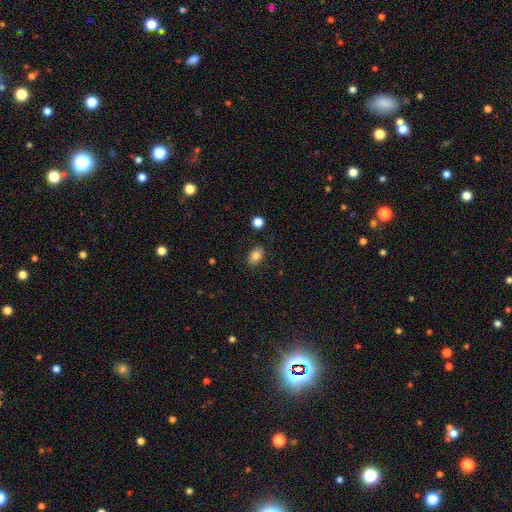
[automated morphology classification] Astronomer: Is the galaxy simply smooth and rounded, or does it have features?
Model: smooth — 82%.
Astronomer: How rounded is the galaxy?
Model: in between — 85%.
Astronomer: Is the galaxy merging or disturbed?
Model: none — 85%.